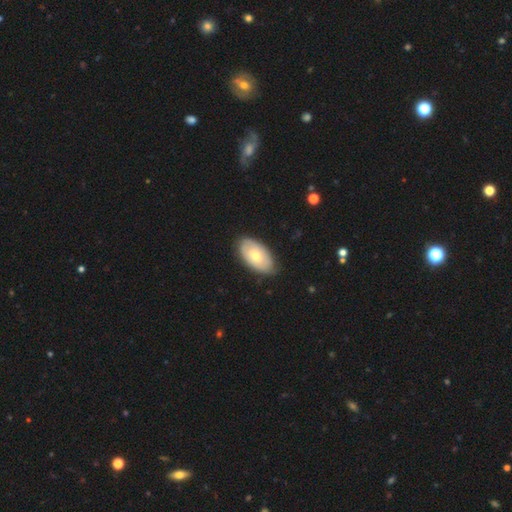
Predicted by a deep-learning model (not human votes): Smooth or featured? smooth (54%)
How rounded? in between (94%)
Merging? none (82%)